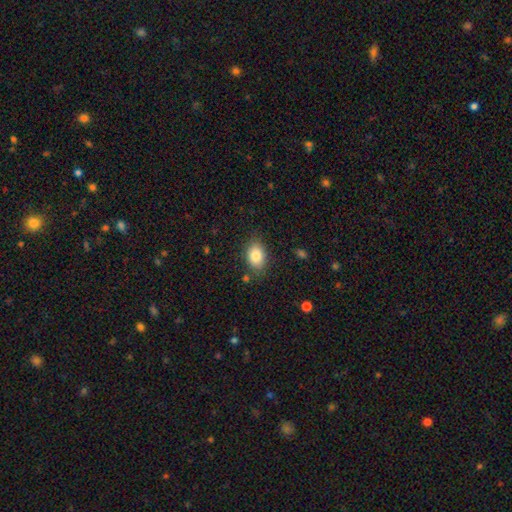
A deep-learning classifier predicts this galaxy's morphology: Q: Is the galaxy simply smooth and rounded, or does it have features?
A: smooth — 84%.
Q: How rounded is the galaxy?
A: in between — 79%.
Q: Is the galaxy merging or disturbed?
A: none — 79%.